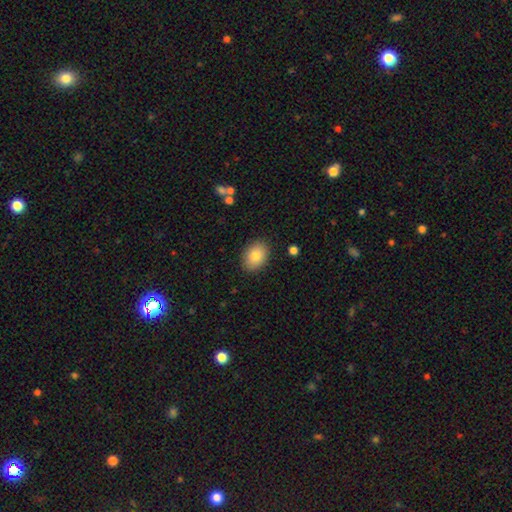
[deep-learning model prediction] The model was most divided on "how rounded": in between: 77%, round: 22%, cigar-shaped: 1%. More confident: merging — none (88%); smooth or featured — smooth (83%).